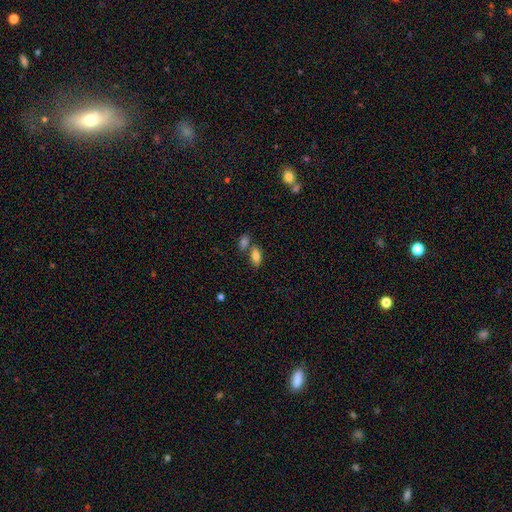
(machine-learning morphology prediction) Smooth or featured: smooth — 82% (featured or disk — 9%)
How rounded: in between — 86% (cigar-shaped — 10%)
Merging: none — 57% (merger — 28%)